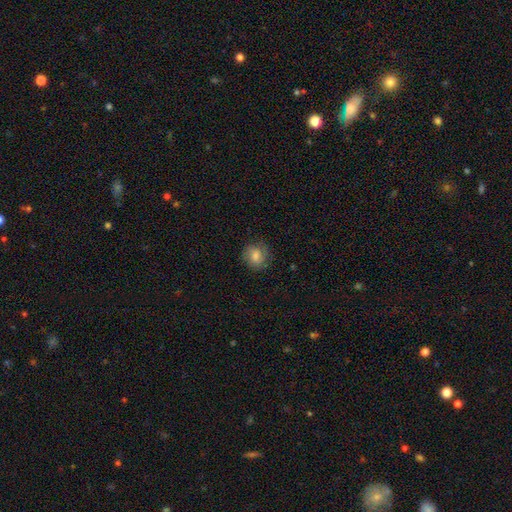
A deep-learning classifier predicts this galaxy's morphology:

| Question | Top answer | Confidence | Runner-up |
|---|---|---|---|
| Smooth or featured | smooth | 68% | featured or disk (22%) |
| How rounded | round | 80% | in between (19%) |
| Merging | none | 79% | minor disturbance (15%) |